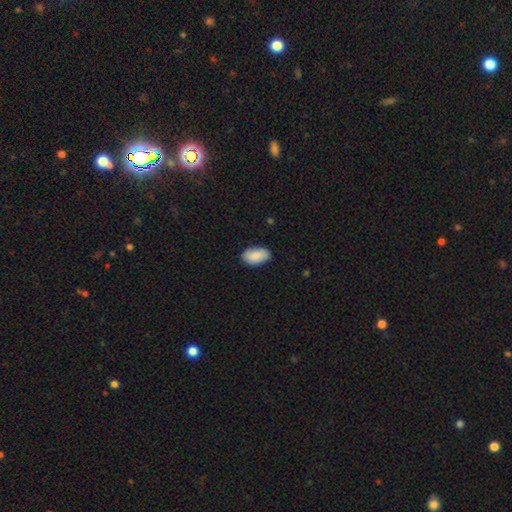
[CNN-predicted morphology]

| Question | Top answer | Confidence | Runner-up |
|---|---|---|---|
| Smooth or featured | smooth | 88% | star or artifact (6%) |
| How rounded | in between | 95% | round (4%) |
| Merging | none | 83% | minor disturbance (14%) |